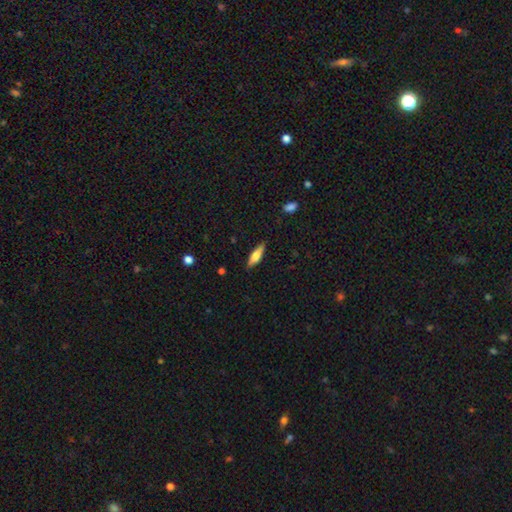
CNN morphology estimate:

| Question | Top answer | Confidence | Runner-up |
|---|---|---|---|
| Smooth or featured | smooth | 52% | featured or disk (42%) |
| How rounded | cigar-shaped | 57% | in between (41%) |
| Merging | none | 86% | minor disturbance (11%) |